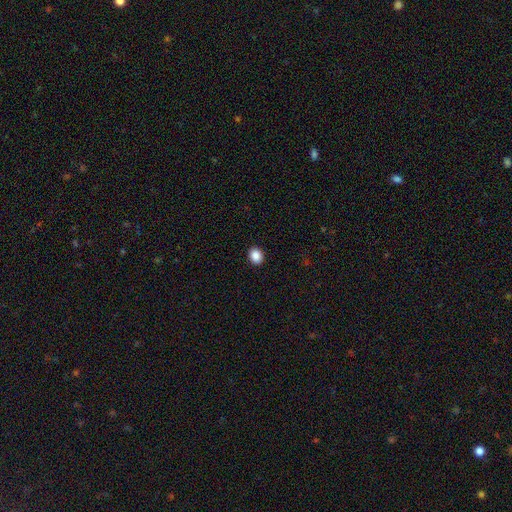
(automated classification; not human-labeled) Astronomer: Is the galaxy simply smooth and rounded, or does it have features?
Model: smooth — 88%.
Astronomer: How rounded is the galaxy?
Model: round — 60% (runner-up: in between, 39%).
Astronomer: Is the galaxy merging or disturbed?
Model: none — 92%.